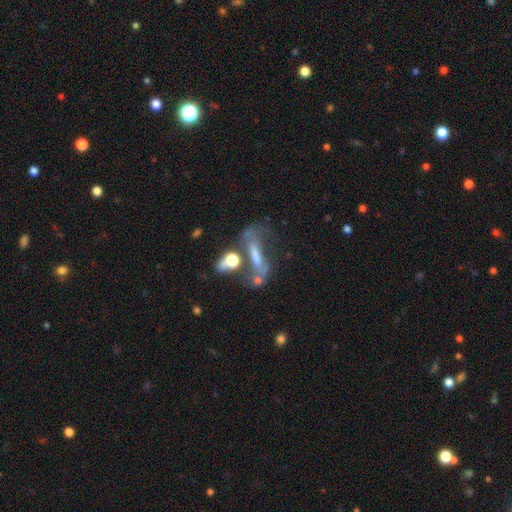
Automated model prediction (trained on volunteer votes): Smooth or featured: featured or disk — 49% (smooth — 32%)
Merging: none — 30% (major disturbance — 29%)